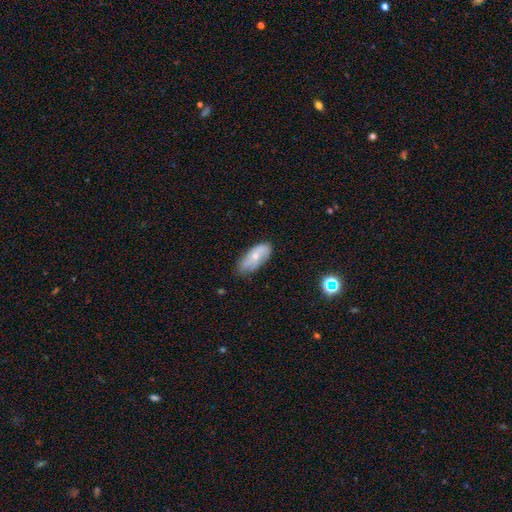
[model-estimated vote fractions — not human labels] Q: Smooth or featured?
A: smooth (60%); runner-up: featured or disk (33%)
Q: How rounded?
A: in between (86%); runner-up: cigar-shaped (10%)
Q: Merging?
A: none (66%); runner-up: minor disturbance (26%)